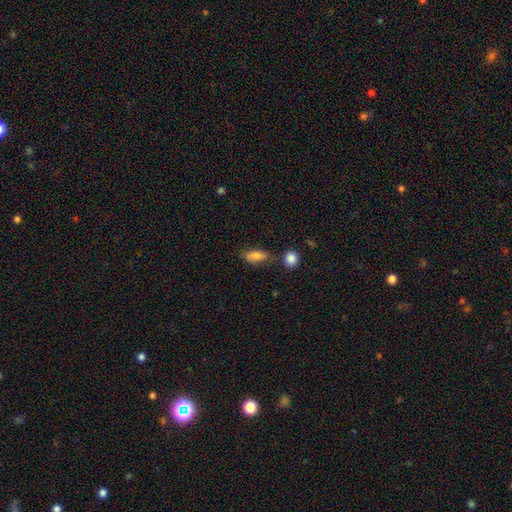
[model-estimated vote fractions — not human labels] A smooth galaxy with no disk features (80%) that is in between round and cigar-shaped (78%).

Vote fractions:
- Smooth or featured? smooth: 80% / featured or disk: 11% / star or artifact: 8%
- How rounded? in between: 78% / cigar-shaped: 18% / round: 4%
- Merging? none: 62% / minor disturbance: 21% / merger: 11% / major disturbance: 6%